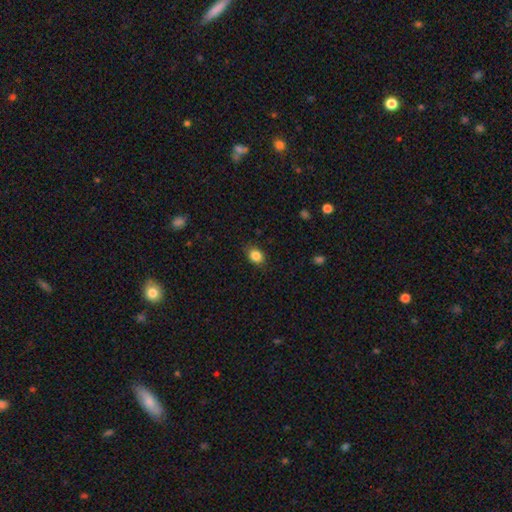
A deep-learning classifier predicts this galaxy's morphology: smooth 85%, star or artifact 9%, featured or disk 5%. Down the decision tree: how rounded — in between (62%); merging — none (84%).